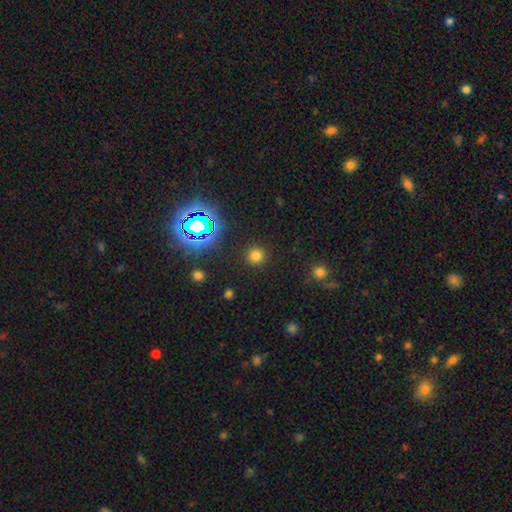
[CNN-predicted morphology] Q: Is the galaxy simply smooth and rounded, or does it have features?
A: smooth — 73%.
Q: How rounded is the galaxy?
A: round — 93%.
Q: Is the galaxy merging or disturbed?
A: none — 90%.